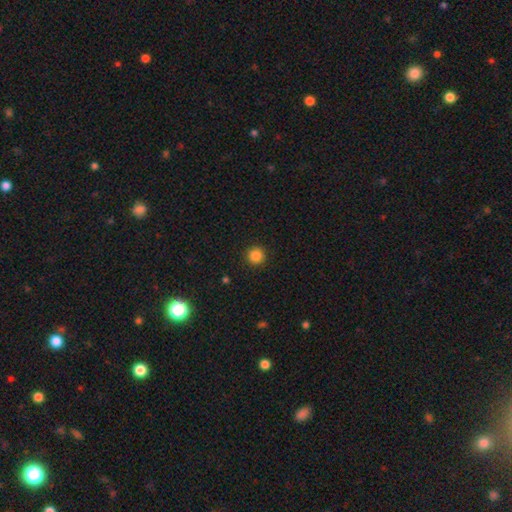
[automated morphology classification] type=smooth (86%); roundness=round (96%); merging=none (93%).